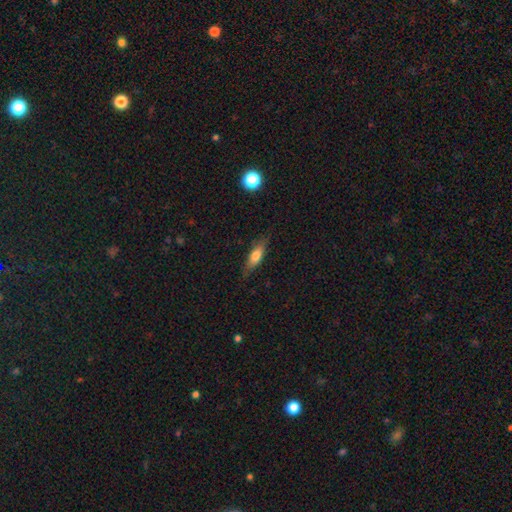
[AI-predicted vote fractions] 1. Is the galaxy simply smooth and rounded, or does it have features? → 65% smooth, 28% featured or disk, 7% star or artifact.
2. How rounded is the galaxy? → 51% cigar-shaped, 46% in between, 3% round.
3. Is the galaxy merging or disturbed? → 80% none, 15% minor disturbance, 3% major disturbance, 1% merger.